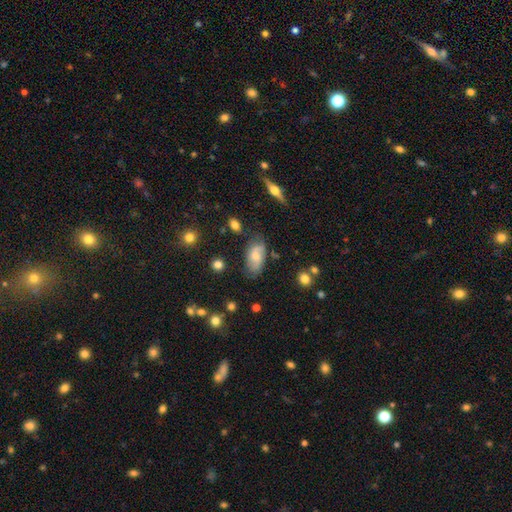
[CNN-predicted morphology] Smooth or featured? featured or disk (49%)
Merging? none (65%)